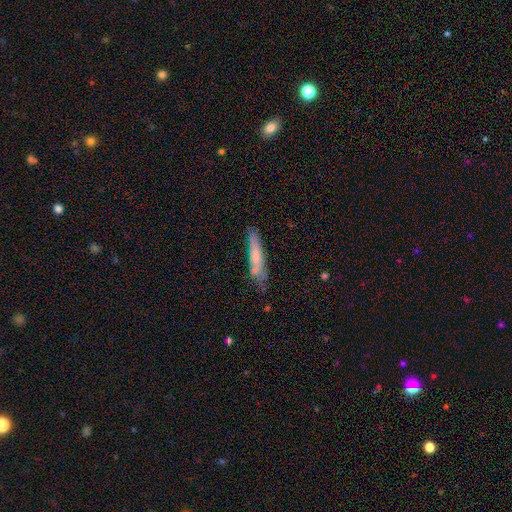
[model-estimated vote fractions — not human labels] Morphology: type=smooth (63%); roundness=cigar-shaped (87%); merging=none (61%).